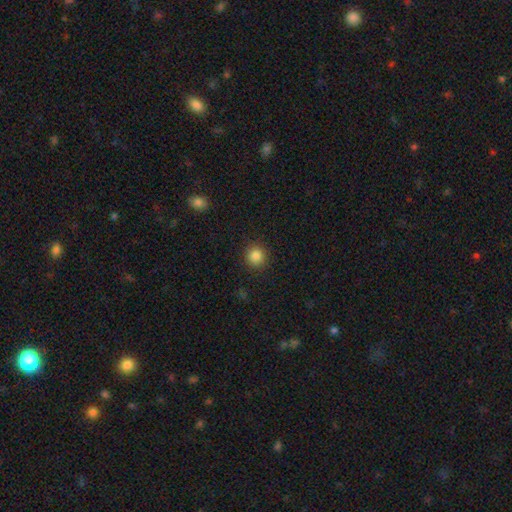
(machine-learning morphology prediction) A smooth galaxy with no disk features (85%) that is round (93%). Merging: none (91%).